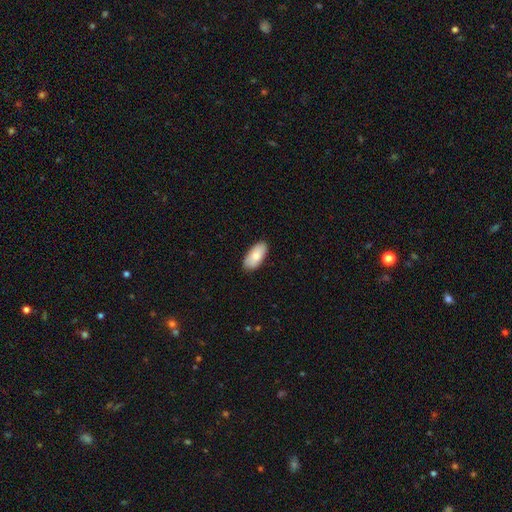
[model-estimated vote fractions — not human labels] Smooth or featured: smooth — 80% (featured or disk — 14%)
How rounded: in between — 93% (cigar-shaped — 5%)
Merging: none — 88% (minor disturbance — 10%)